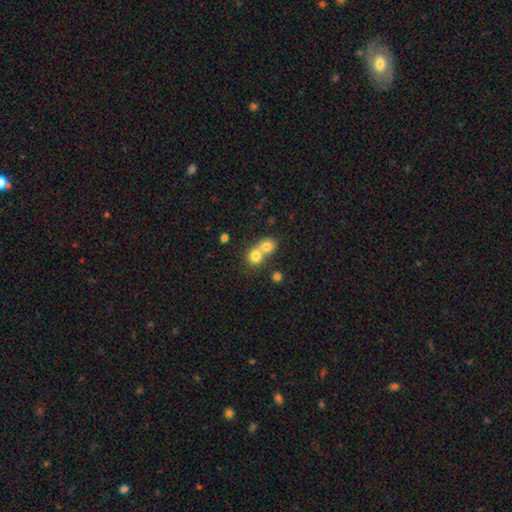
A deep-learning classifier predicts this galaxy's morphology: The model was most divided on "merging": merger: 64%, none: 29%, minor disturbance: 5%, major disturbance: 2%. More confident: how rounded — round (78%); smooth or featured — smooth (76%).